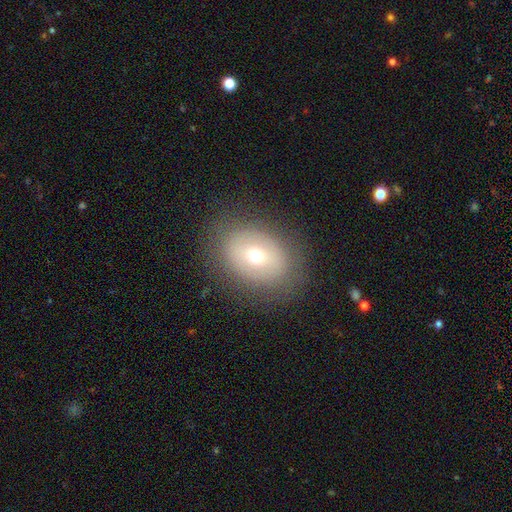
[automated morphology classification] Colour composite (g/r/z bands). It shows a smooth galaxy with no disk features (60%) that is in between round and cigar-shaped (63%). Merging: none (83%).